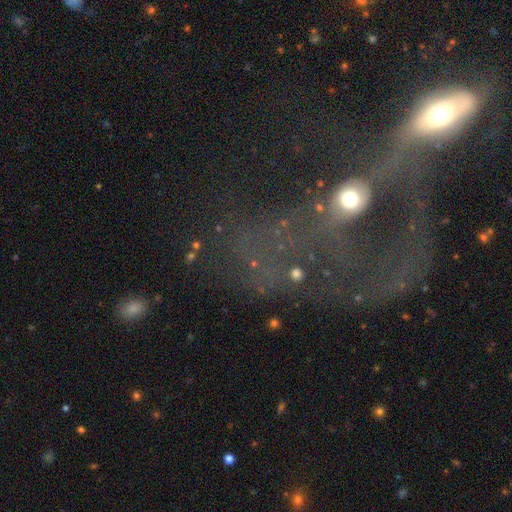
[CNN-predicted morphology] smooth-or-featured: featured or disk: 48% | star or artifact: 27% | smooth: 25%
  merging: merger: 38% | major disturbance: 34% | none: 19% | minor disturbance: 10%